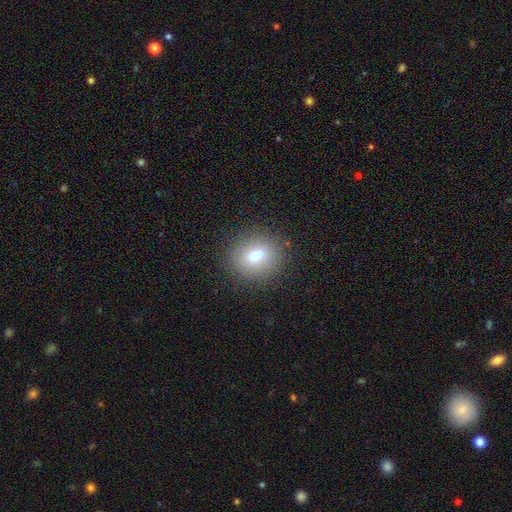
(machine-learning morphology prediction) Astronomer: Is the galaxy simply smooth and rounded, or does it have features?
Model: smooth — 69%.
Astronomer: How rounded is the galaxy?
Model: round — 62%.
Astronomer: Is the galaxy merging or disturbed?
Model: none — 79%.